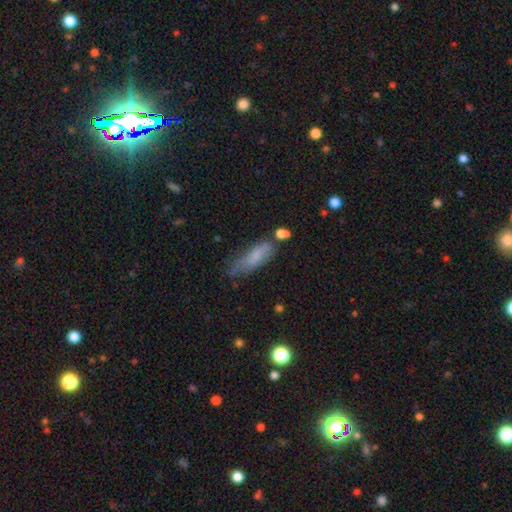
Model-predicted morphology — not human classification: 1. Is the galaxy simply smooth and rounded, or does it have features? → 68% smooth, 23% featured or disk, 9% star or artifact.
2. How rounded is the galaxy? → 49% in between, 48% cigar-shaped, 2% round.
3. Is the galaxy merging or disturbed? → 48% none, 31% minor disturbance, 13% major disturbance, 8% merger.